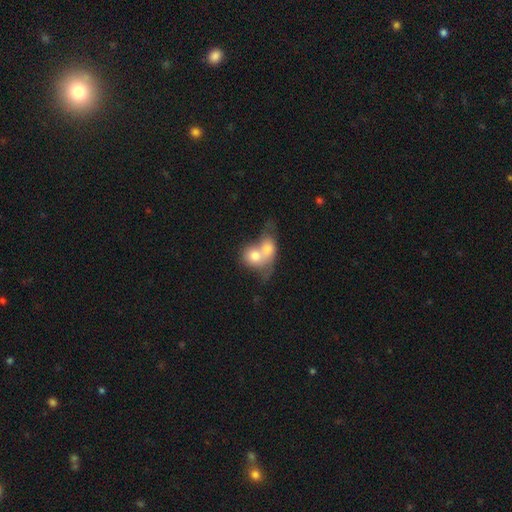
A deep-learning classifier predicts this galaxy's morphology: Smooth or featured?
  - smooth: 69% *
  - featured or disk: 24%
  - star or artifact: 7%
How rounded?
  - round: 58% *
  - in between: 41%
  - cigar-shaped: 2%
Merging?
  - merger: 83% *
  - none: 9%
  - major disturbance: 5%
  - minor disturbance: 4%